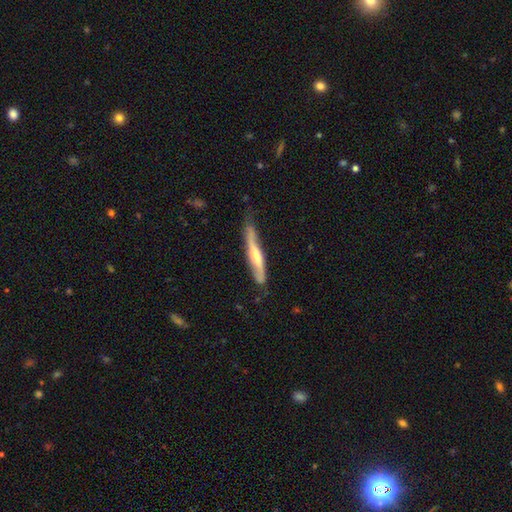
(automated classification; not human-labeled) The model was most divided on "merging": none: 59%, minor disturbance: 31%, major disturbance: 7%, merger: 2%. More confident: edge-on disk — yes (74%); smooth or featured — featured or disk (67%).